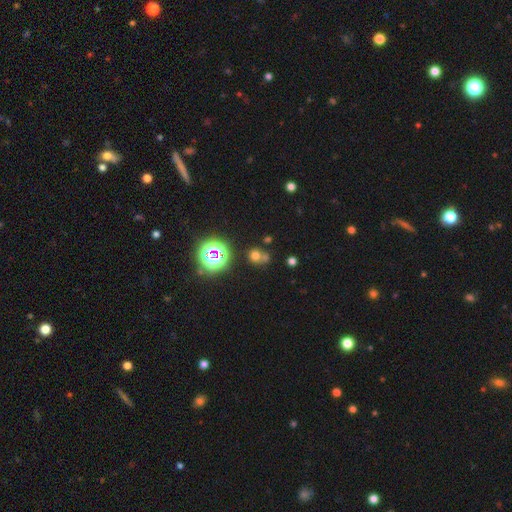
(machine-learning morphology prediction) This appears to be a smooth galaxy with no disk features (59%) that is round (81%). Merging: none (52%).